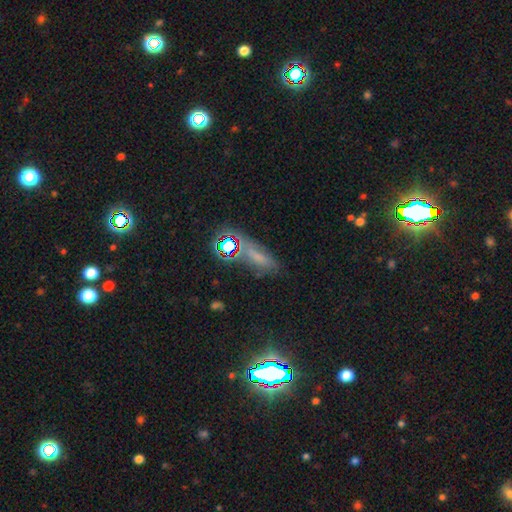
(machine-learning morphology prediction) Q: Smooth or featured?
A: star or artifact (41%); runner-up: smooth (40%)